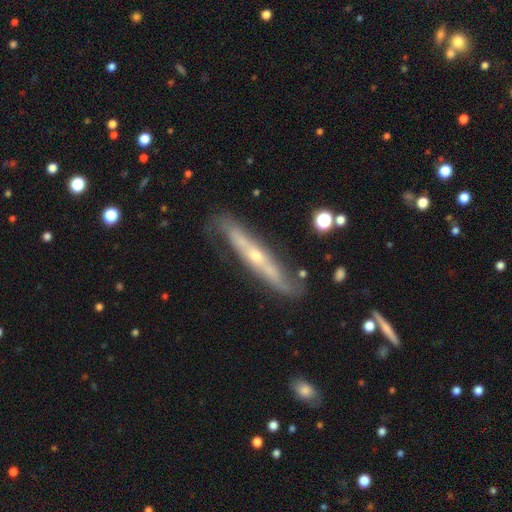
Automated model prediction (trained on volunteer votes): smooth-or-featured: featured or disk: 75% | smooth: 18% | star or artifact: 6%
  disk-edge-on: yes: 75% | no: 25%
    edge-on-bulge: rounded: 77% | none: 21% | boxy: 3%
  merging: none: 74% | minor disturbance: 19% | major disturbance: 5% | merger: 2%